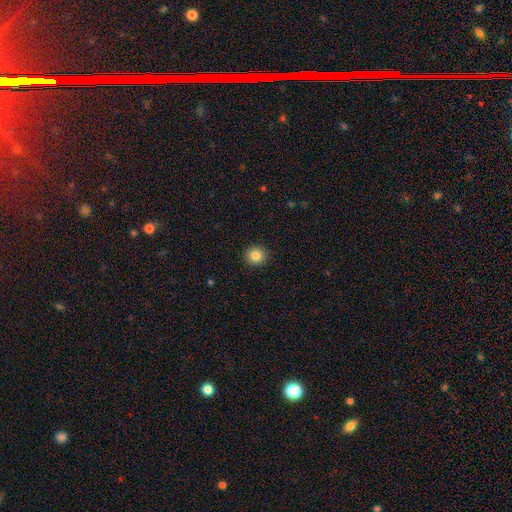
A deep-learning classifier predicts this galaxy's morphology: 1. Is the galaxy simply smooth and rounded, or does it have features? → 84% smooth, 10% star or artifact, 6% featured or disk.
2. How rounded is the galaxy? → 91% round, 8% in between, 1% cigar-shaped.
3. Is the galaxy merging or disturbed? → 92% none, 5% minor disturbance, 2% major disturbance, 1% merger.